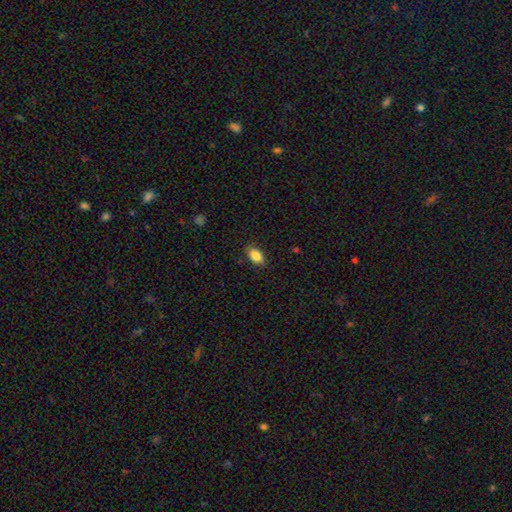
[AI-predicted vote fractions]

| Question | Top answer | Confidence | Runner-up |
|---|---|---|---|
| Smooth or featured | smooth | 86% | star or artifact (8%) |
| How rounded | in between | 87% | round (11%) |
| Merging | none | 86% | minor disturbance (10%) |